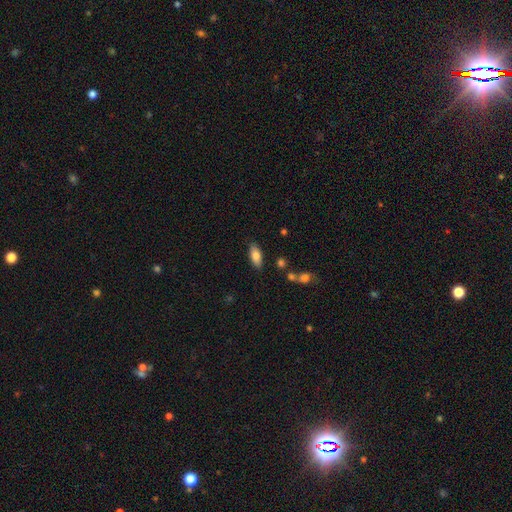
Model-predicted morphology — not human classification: Overall: smooth (80%). How rounded: in between (82%). Merging: none (83%).